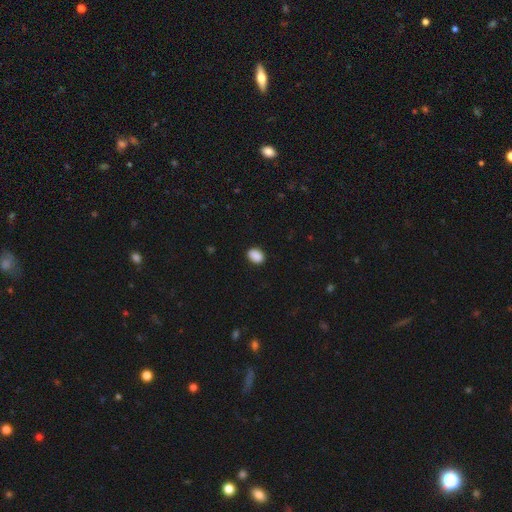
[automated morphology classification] Smooth or featured? Predicted: smooth (p=0.89). How rounded? Predicted: in between (p=0.75). Merging? Predicted: none (p=0.88).